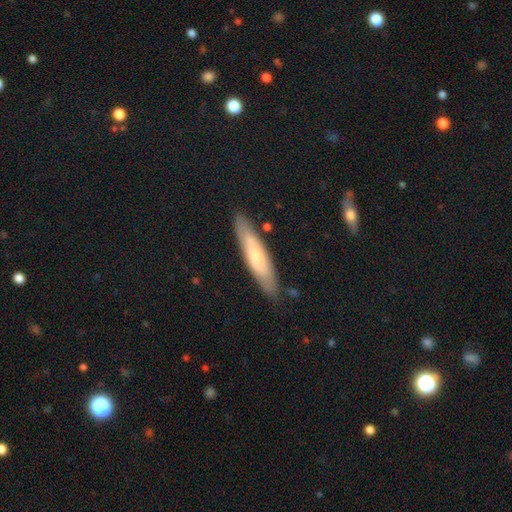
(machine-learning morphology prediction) The model was most divided on "smooth or featured": smooth: 61%, featured or disk: 33%, star or artifact: 6%. More confident: merging — none (84%); how rounded — cigar-shaped (80%).